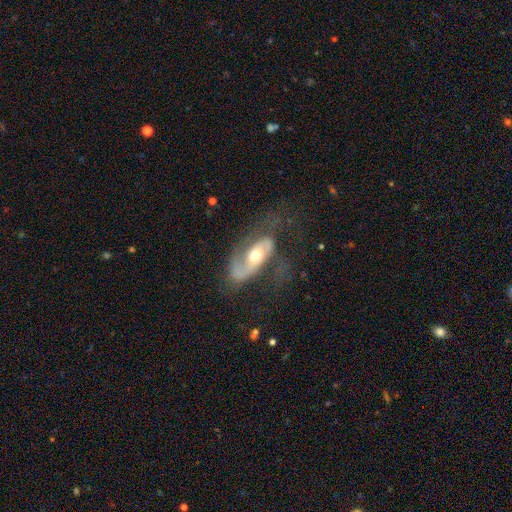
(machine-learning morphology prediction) Smooth or featured? Predicted: featured or disk (p=0.79). Edge-on disk? Predicted: no (p=0.92). Bar? Predicted: no (p=0.54). Spiral arms? Predicted: yes (p=0.89). Spiral winding? Predicted: medium (p=0.43). Spiral arm count? Predicted: 2 (p=0.66). Bulge size? Predicted: moderate (p=0.69). Merging? Predicted: none (p=0.47).